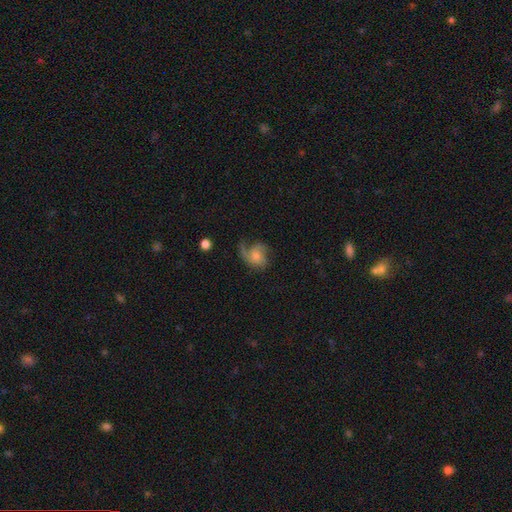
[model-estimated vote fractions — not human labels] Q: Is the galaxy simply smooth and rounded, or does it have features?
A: featured or disk — 58%.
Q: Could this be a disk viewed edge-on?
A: no — 97%.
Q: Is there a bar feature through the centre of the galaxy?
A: no — 75%.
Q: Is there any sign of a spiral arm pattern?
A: yes — 88%.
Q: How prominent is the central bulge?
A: moderate — 37%.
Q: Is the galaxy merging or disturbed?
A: none — 43%.